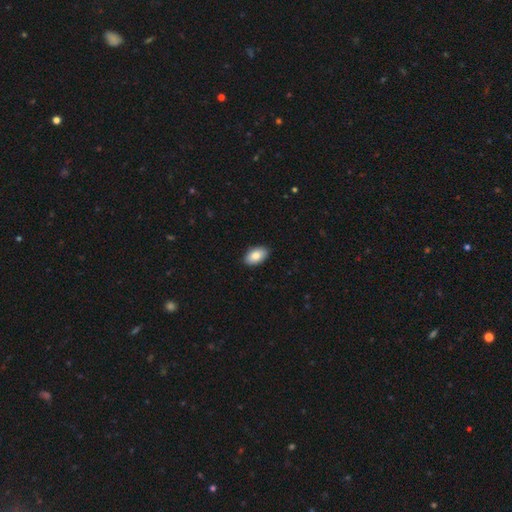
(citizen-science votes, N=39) smooth_or_featured: smooth (p=0.85) [alt: featured or disk p=0.10]
how_rounded: in between (p=0.91) [alt: round p=0.09]
merging: none (p=0.92) [alt: minor disturbance p=0.08]